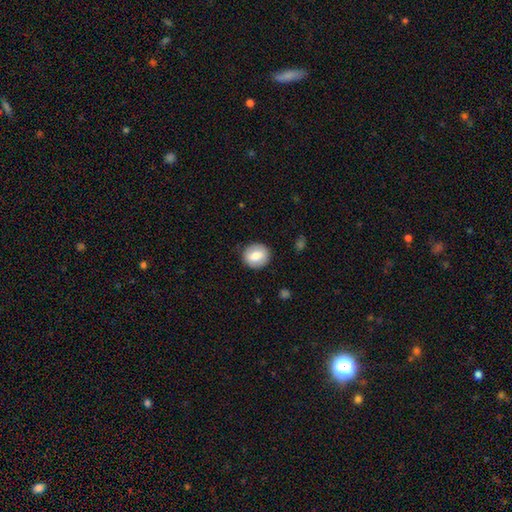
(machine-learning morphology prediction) smooth-or-featured: smooth: 74% | featured or disk: 19% | star or artifact: 8%
  how-rounded: round: 79% | in between: 20% | cigar-shaped: 1%
  merging: none: 87% | minor disturbance: 9% | major disturbance: 3% | merger: 1%